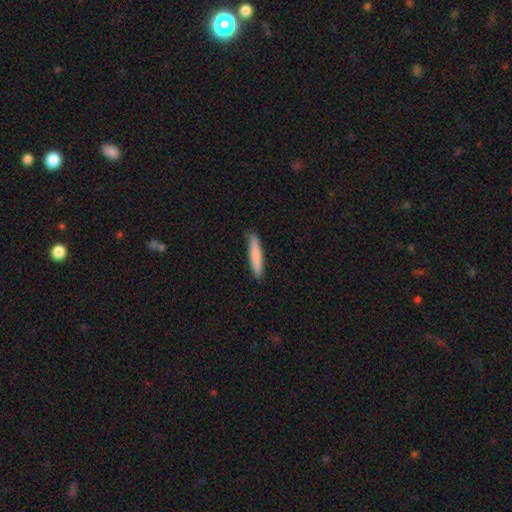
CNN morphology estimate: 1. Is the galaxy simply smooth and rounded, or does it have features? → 77% smooth, 17% featured or disk, 5% star or artifact.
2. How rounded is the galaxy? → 92% cigar-shaped, 7% in between, 1% round.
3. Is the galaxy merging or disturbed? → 87% none, 10% minor disturbance, 2% major disturbance, 1% merger.